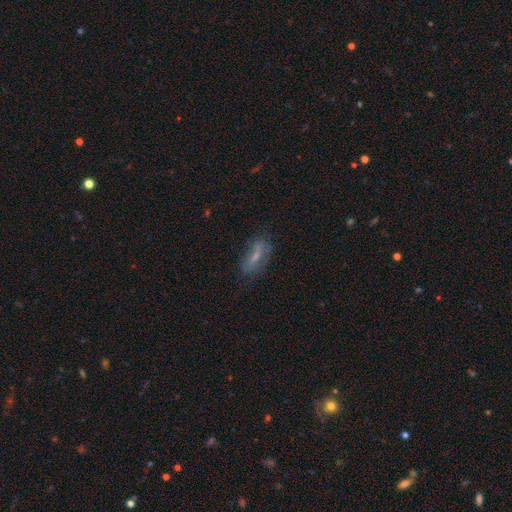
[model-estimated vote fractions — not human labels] This appears to be a smooth galaxy with no disk features (48%). Merging: none (64%).